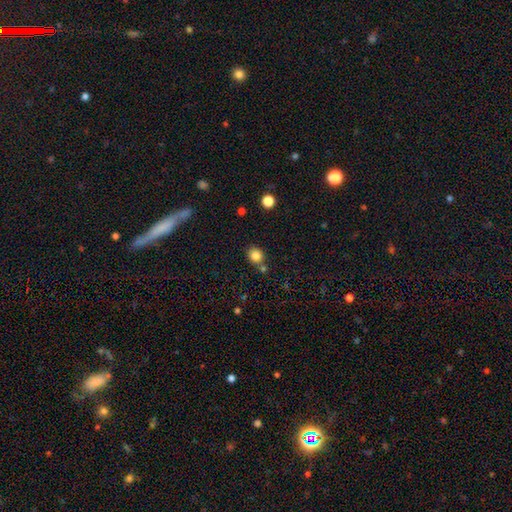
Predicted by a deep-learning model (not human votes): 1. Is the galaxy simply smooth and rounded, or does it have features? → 83% smooth, 11% star or artifact, 6% featured or disk.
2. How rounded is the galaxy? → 72% round, 27% in between, 1% cigar-shaped.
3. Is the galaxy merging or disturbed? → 71% none, 15% merger, 11% minor disturbance, 3% major disturbance.